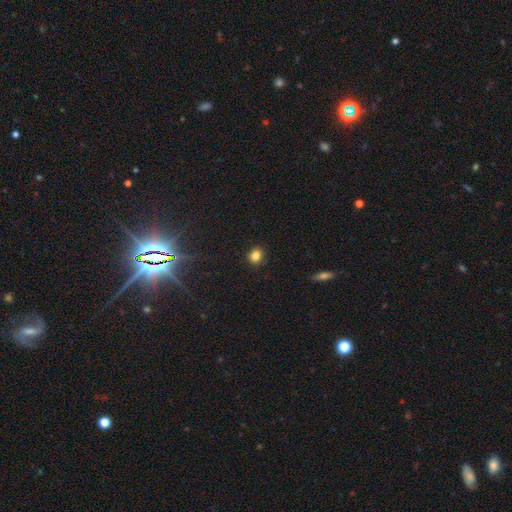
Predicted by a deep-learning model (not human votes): A smooth galaxy with no disk features (83%) that is round (73%).

Vote fractions:
- Smooth or featured? smooth: 83% / star or artifact: 12% / featured or disk: 5%
- How rounded? round: 73% / in between: 25% / cigar-shaped: 1%
- Merging? none: 89% / minor disturbance: 8% / major disturbance: 2% / merger: 1%